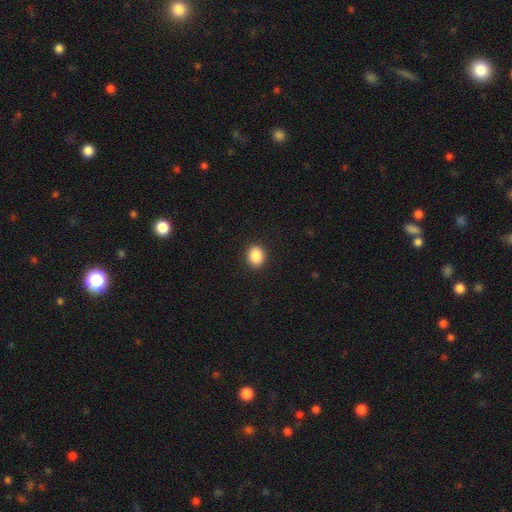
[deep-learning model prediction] Q: Smooth or featured?
A: smooth (88%); runner-up: star or artifact (9%)
Q: How rounded?
A: round (60%); runner-up: in between (39%)
Q: Merging?
A: none (91%); runner-up: minor disturbance (6%)